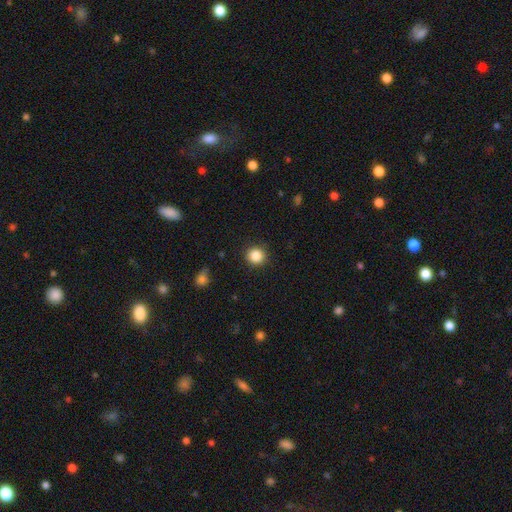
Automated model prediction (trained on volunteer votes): This appears to be a smooth galaxy with no disk features (86%) that is round (91%). Merging: none (90%).